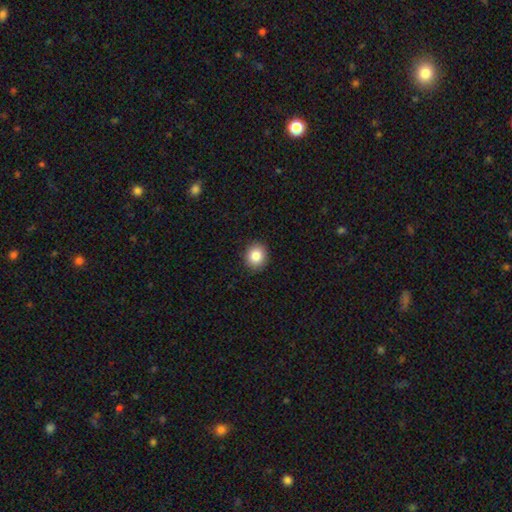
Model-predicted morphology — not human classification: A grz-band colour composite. It shows a smooth galaxy with no disk features (85%) that is round (75%). Merging: none (91%).